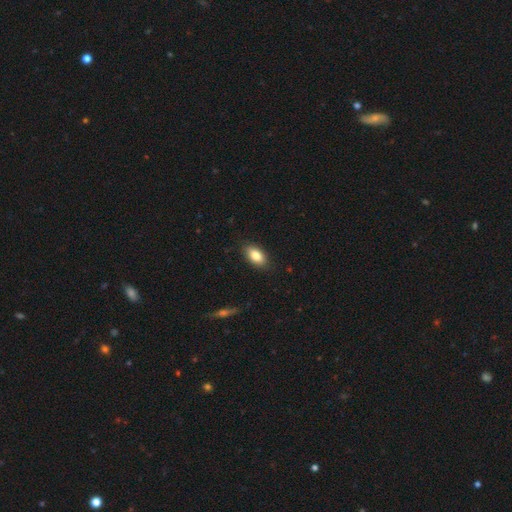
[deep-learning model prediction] Smooth or featured? Predicted: smooth (p=0.84). How rounded? Predicted: in between (p=0.91). Merging? Predicted: none (p=0.87).